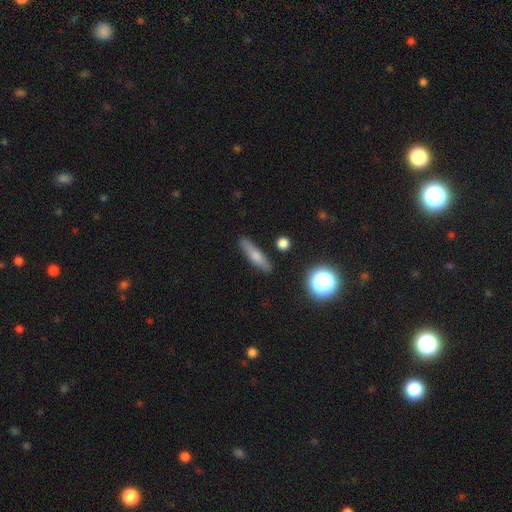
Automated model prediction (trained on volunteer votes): Q: Smooth or featured?
A: smooth (64%); runner-up: featured or disk (27%)
Q: How rounded?
A: cigar-shaped (76%); runner-up: in between (19%)
Q: Merging?
A: none (85%); runner-up: minor disturbance (10%)